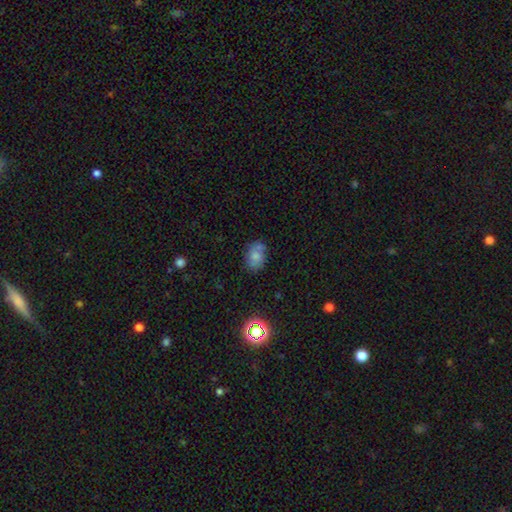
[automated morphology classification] A smooth galaxy with no disk features (69%) that is in between round and cigar-shaped (74%). Merging: none (61%).